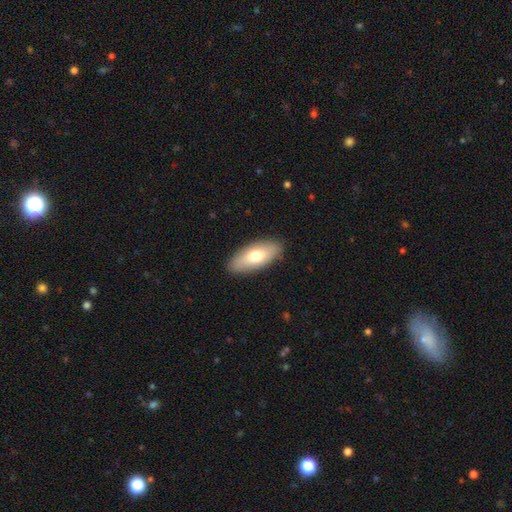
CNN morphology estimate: Q: Smooth or featured?
A: smooth (71%); runner-up: featured or disk (23%)
Q: How rounded?
A: in between (81%); runner-up: cigar-shaped (16%)
Q: Merging?
A: none (88%); runner-up: minor disturbance (9%)